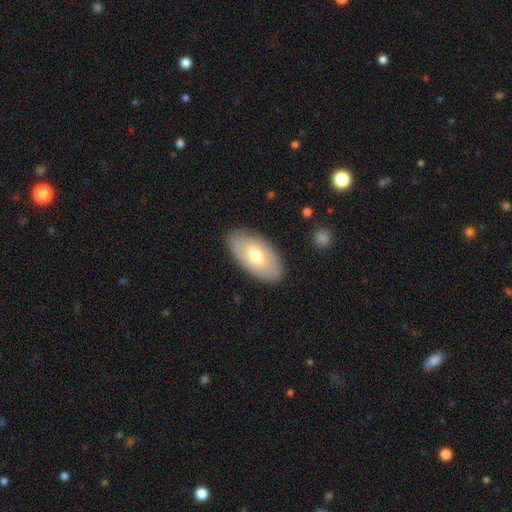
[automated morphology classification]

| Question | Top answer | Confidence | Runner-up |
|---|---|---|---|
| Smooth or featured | smooth | 60% | featured or disk (34%) |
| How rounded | in between | 94% | cigar-shaped (3%) |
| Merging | none | 86% | minor disturbance (10%) |